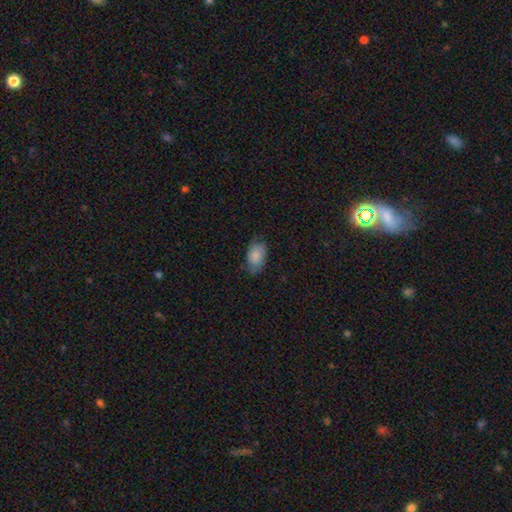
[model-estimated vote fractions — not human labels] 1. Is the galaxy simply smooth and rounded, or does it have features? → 83% smooth, 10% featured or disk, 7% star or artifact.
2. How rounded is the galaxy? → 91% in between, 8% round, 1% cigar-shaped.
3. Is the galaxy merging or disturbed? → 68% none, 25% minor disturbance, 6% major disturbance, 1% merger.